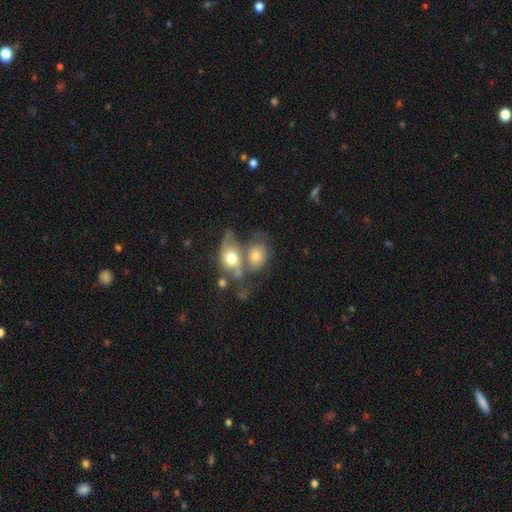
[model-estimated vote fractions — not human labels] The model was most divided on "how rounded": in between: 61%, round: 37%, cigar-shaped: 2%. More confident: smooth or featured — smooth (65%); merging — merger (56%).